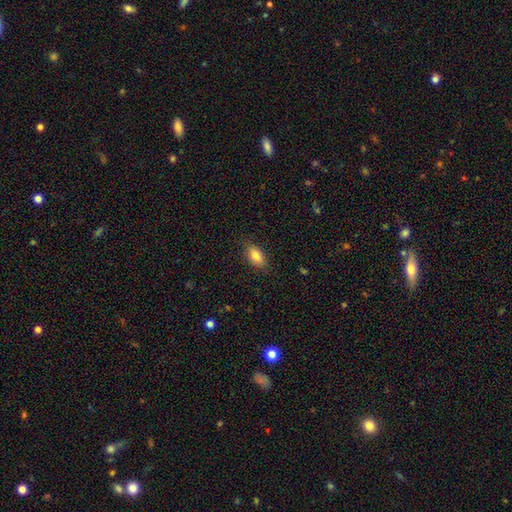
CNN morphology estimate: Smooth or featured: smooth — 83% (featured or disk — 10%)
How rounded: in between — 89% (cigar-shaped — 6%)
Merging: none — 83% (minor disturbance — 13%)